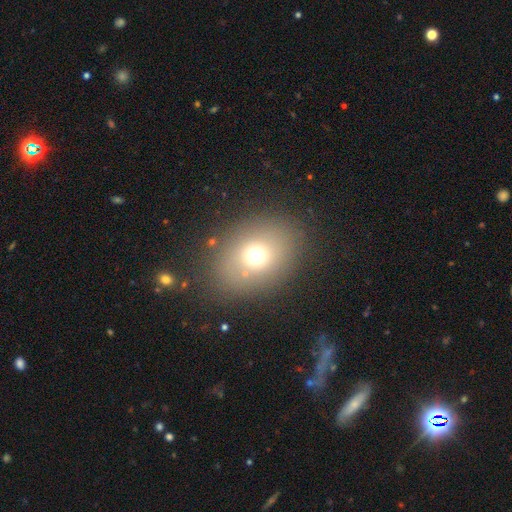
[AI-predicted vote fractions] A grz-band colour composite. It shows a smooth galaxy with no disk features (68%) that is in between round and cigar-shaped (54%). Merging: none (81%).